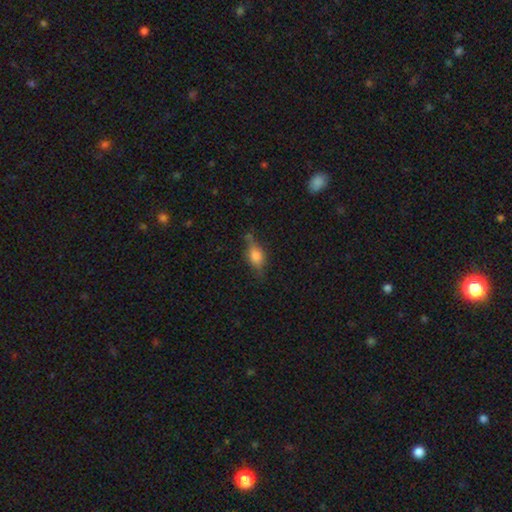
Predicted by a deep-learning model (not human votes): Smooth or featured? Predicted: smooth (p=0.58). How rounded? Predicted: in between (p=0.73). Merging? Predicted: none (p=0.59).